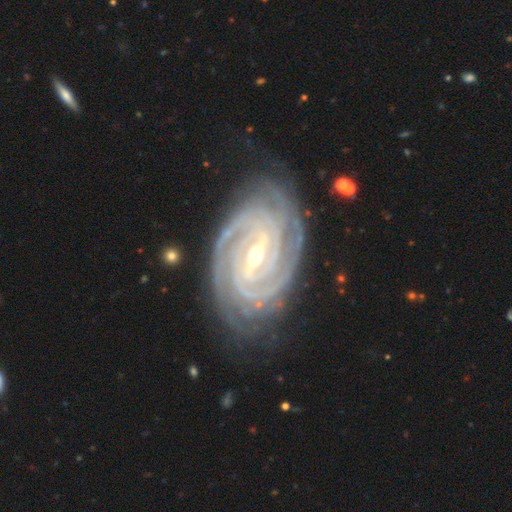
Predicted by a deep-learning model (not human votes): Overall: featured or disk (93%). Edge-on disk: no (97%). Bar: strong (54%; weak 35%). Spiral arms: yes (99%). Spiral arm count: 4 (26%; 3 22%). Spiral winding: tight (86%). Bulge size: small (55%; moderate 43%). Merging: none (82%).